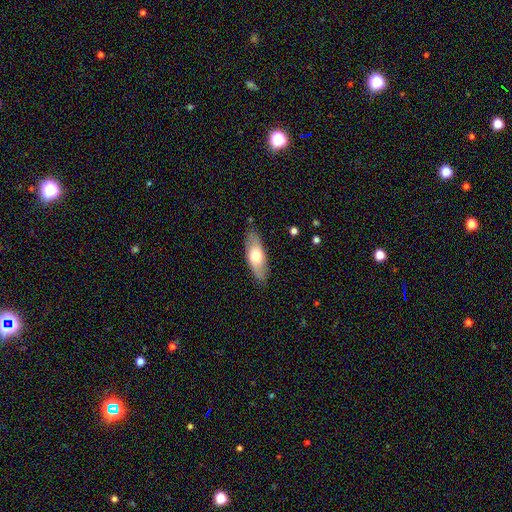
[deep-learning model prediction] Morphology: type=smooth (60%); roundness=in between (72%); merging=none (84%).